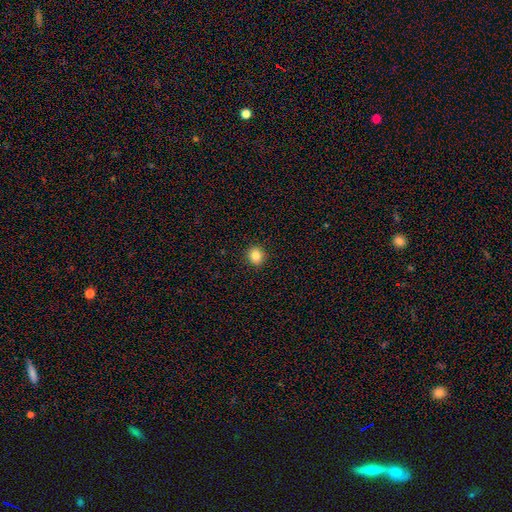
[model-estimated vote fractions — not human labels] Morphology: type=smooth (84%); roundness=round (82%); merging=none (92%).